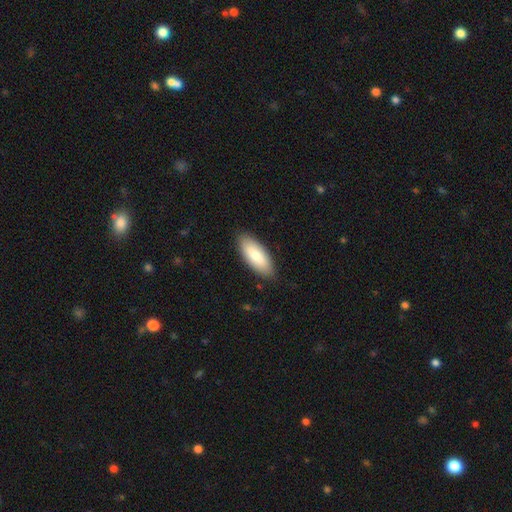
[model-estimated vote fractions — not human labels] smooth_or_featured: smooth (p=0.79) [alt: featured or disk p=0.16]
how_rounded: in between (p=0.80) [alt: cigar-shaped p=0.18]
merging: none (p=0.87) [alt: minor disturbance p=0.10]